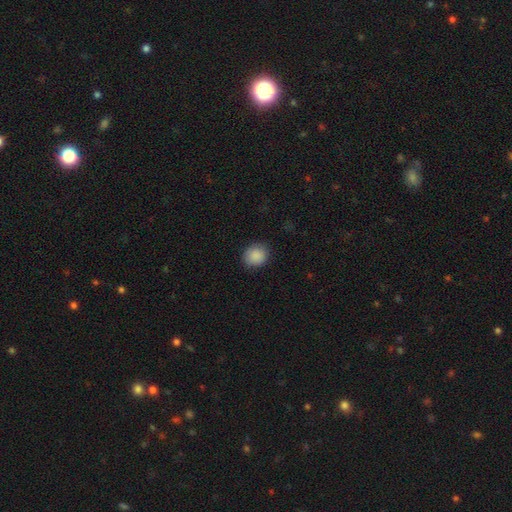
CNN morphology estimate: smooth-or-featured: smooth: 88% | star or artifact: 8% | featured or disk: 4%
  how-rounded: round: 78% | in between: 22% | cigar-shaped: 1%
  merging: none: 86% | minor disturbance: 10% | major disturbance: 3% | merger: 1%